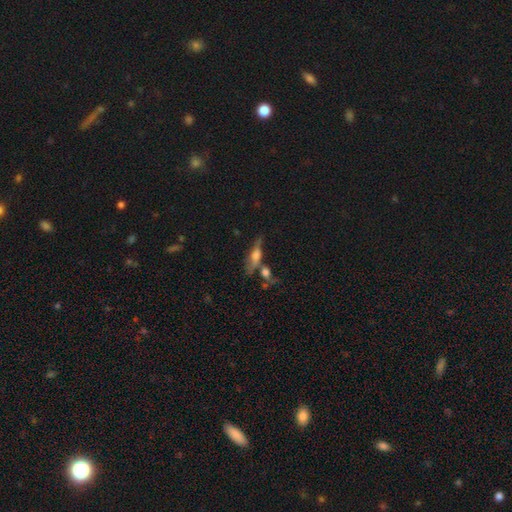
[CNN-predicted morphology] type=featured or disk (52%); edge-on=yes (81%); merging=none (50%).